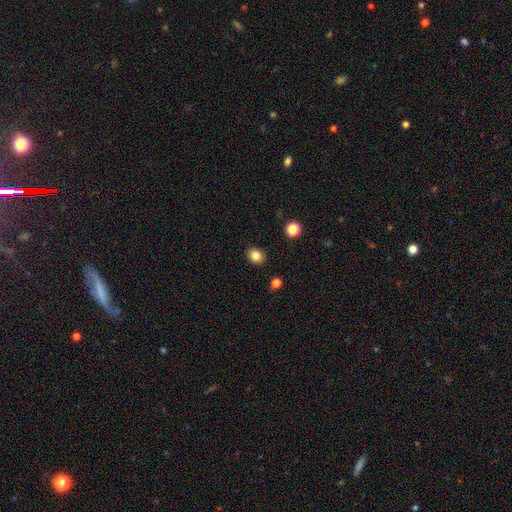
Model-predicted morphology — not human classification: smooth 83%, star or artifact 11%, featured or disk 6%. Down the decision tree: how rounded — round (63%); merging — none (90%).